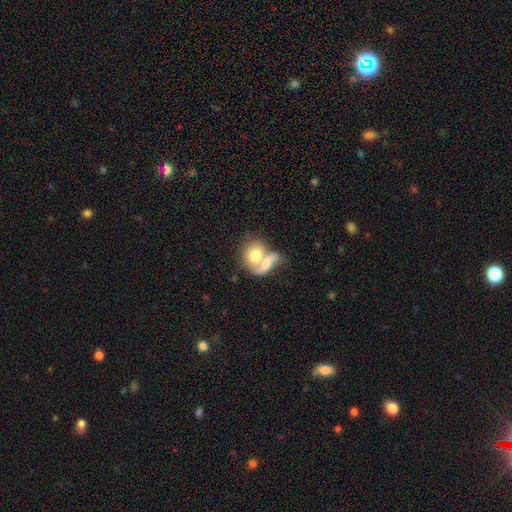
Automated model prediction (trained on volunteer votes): A smooth galaxy with no disk features (61%) that is in between round and cigar-shaped (54%).

Vote fractions:
- Smooth or featured? smooth: 61% / featured or disk: 32% / star or artifact: 7%
- How rounded? in between: 54% / round: 43% / cigar-shaped: 3%
- Merging? merger: 72% / none: 15% / major disturbance: 7% / minor disturbance: 6%